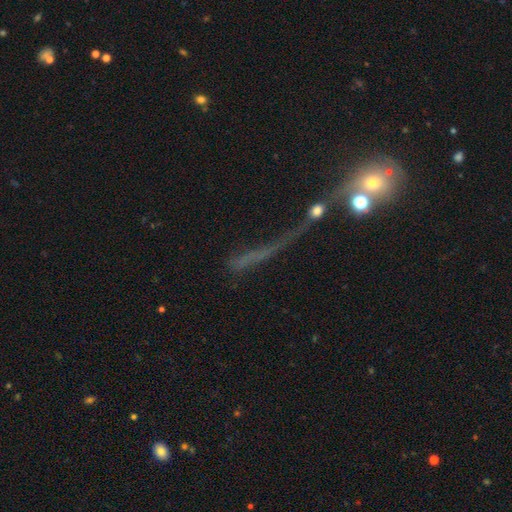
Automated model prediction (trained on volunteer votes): A featured or disk galaxy (37%). Merging: none (33%).